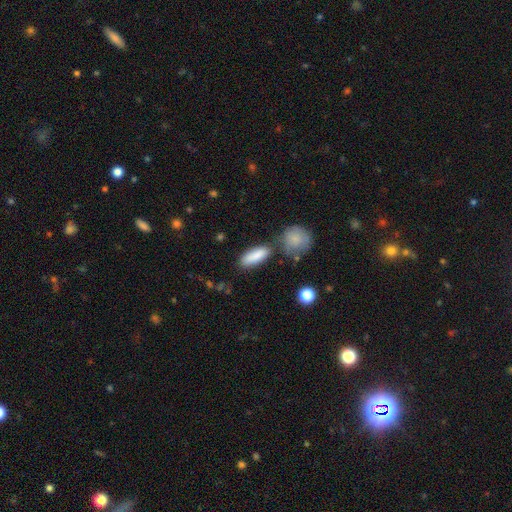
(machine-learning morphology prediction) smooth_or_featured: smooth (p=0.86) [alt: featured or disk p=0.07]
how_rounded: in between (p=0.67) [alt: cigar-shaped p=0.30]
merging: none (p=0.69) [alt: minor disturbance p=0.14]